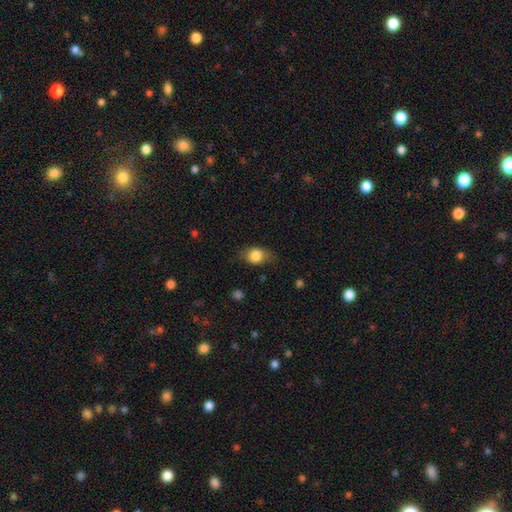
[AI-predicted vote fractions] Q: Smooth or featured?
A: smooth (78%); runner-up: featured or disk (14%)
Q: How rounded?
A: in between (72%); runner-up: round (25%)
Q: Merging?
A: none (72%); runner-up: minor disturbance (21%)